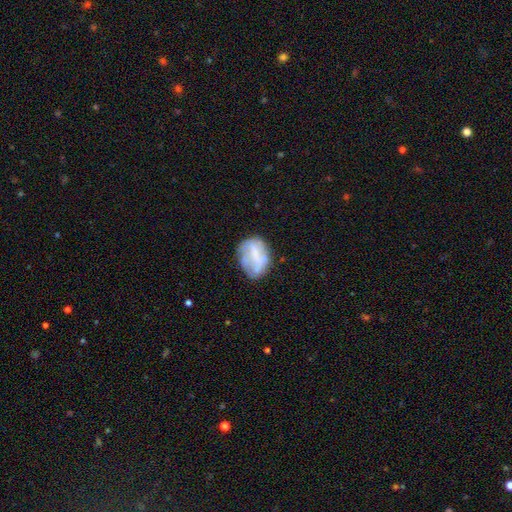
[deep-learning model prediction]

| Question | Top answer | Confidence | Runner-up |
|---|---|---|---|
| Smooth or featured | featured or disk | 49% | smooth (43%) |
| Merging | none | 54% | minor disturbance (26%) |